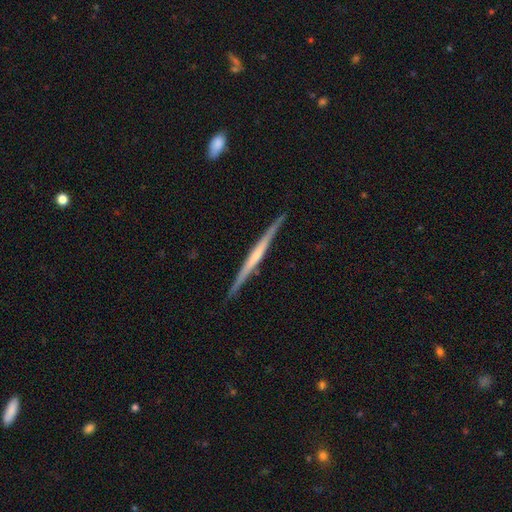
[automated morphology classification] This appears to be a featured or disk galaxy (70%) viewed edge-on (98%) with no central bulge (62%). Merging: none (90%).